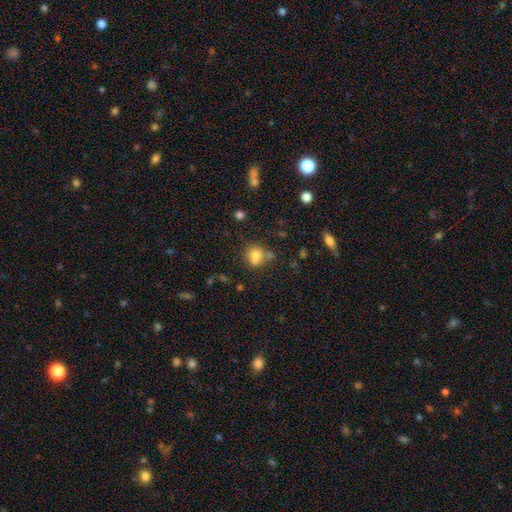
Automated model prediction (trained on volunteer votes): This appears to be a smooth galaxy with no disk features (78%) that is round (76%). Merging: none (54%).